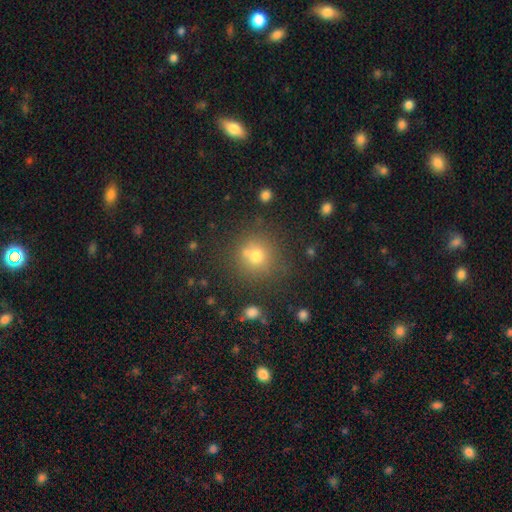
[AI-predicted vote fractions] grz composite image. It shows a smooth galaxy with no disk features (70%) that is round (90%). Merging: none (68%).